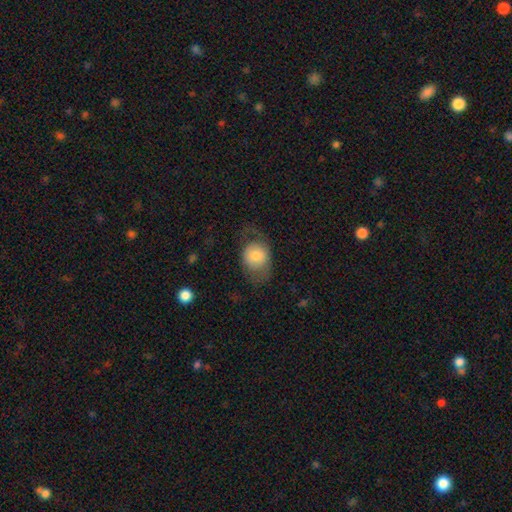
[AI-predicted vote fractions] A smooth galaxy with no disk features (71%) that is in between round and cigar-shaped (50%). Merging: none (52%).